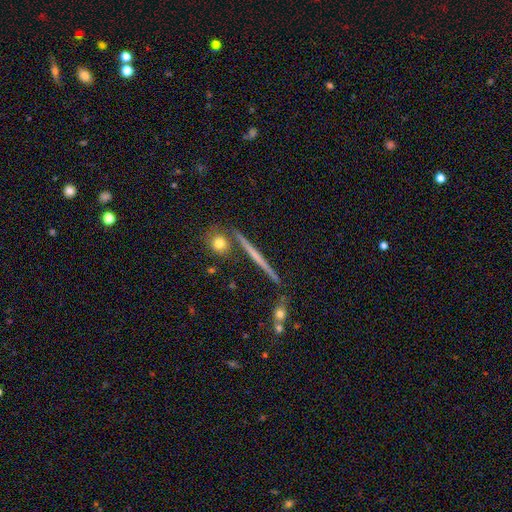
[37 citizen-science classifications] Smooth or featured? 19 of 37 (51%) said featured or disk. Edge-on disk? 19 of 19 (100%) said yes. Edge-on bulge? 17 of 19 (89%) said none. Merging? 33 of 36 (92%) said none.